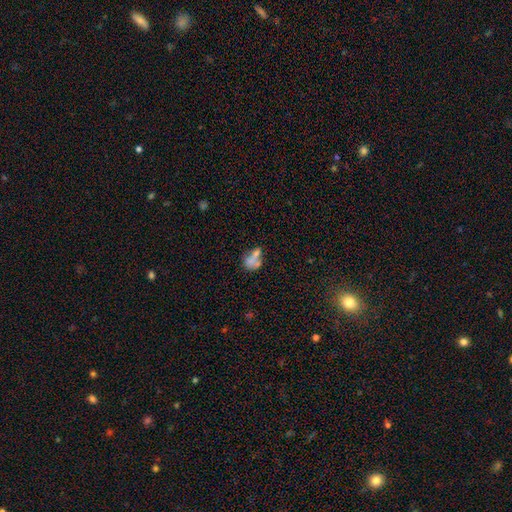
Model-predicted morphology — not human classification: Q: Smooth or featured?
A: smooth (58%); runner-up: featured or disk (25%)
Q: How rounded?
A: in between (51%); runner-up: round (46%)
Q: Merging?
A: merger (51%); runner-up: none (29%)